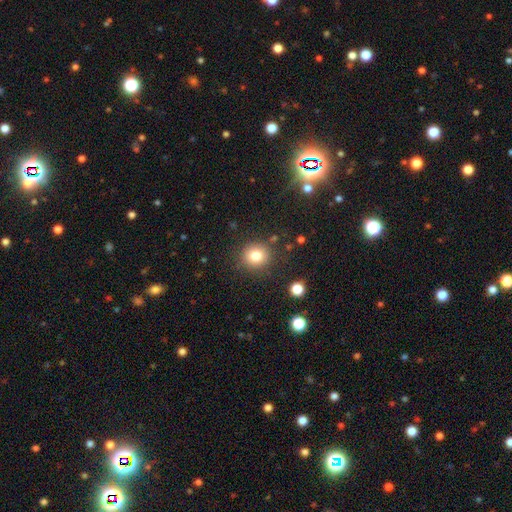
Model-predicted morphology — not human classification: Smooth or featured?
  - smooth: 81% *
  - star or artifact: 12%
  - featured or disk: 7%
How rounded?
  - round: 87% *
  - in between: 12%
  - cigar-shaped: 1%
Merging?
  - none: 85% *
  - minor disturbance: 9%
  - major disturbance: 3%
  - merger: 3%